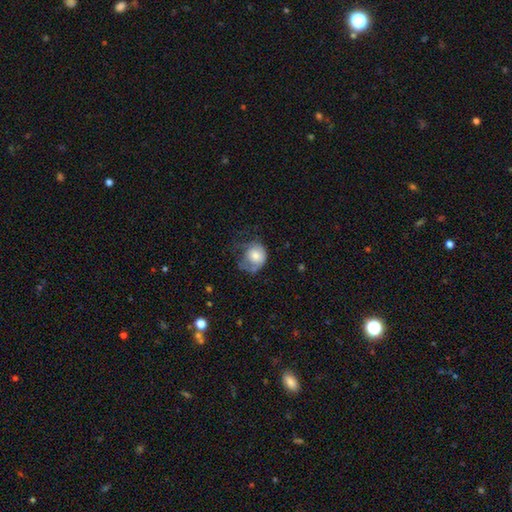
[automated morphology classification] A smooth galaxy with no disk features (66%) that is round (64%). Merging: major disturbance (40%).